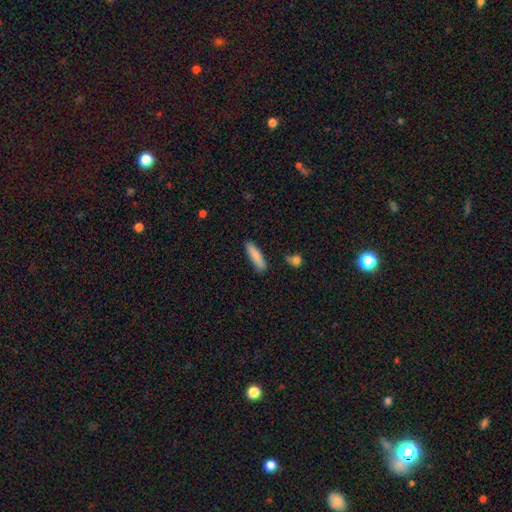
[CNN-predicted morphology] Q: Smooth or featured?
A: smooth (84%); runner-up: featured or disk (10%)
Q: How rounded?
A: cigar-shaped (74%); runner-up: in between (25%)
Q: Merging?
A: none (86%); runner-up: minor disturbance (10%)